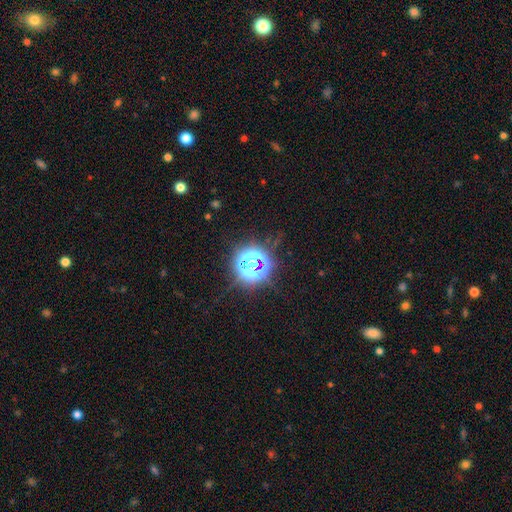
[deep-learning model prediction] smooth_or_featured: star or artifact (p=0.81) [alt: smooth p=0.13]